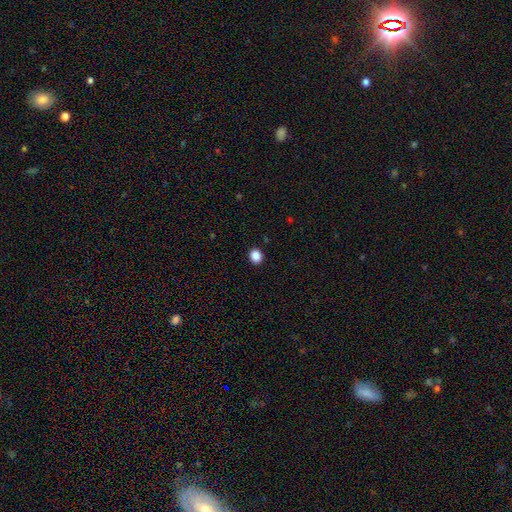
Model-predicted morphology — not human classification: Q: Smooth or featured?
A: smooth (88%); runner-up: star or artifact (10%)
Q: How rounded?
A: round (69%); runner-up: in between (30%)
Q: Merging?
A: none (92%); runner-up: minor disturbance (6%)